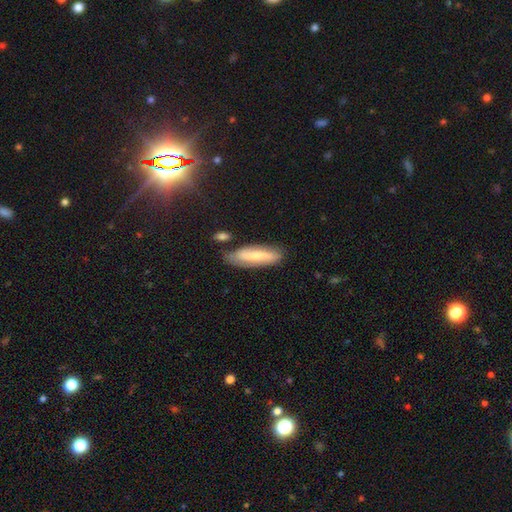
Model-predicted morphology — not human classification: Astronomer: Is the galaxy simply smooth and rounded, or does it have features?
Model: smooth — 48% (runner-up: featured or disk, 45%).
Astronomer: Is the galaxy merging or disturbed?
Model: none — 72%.